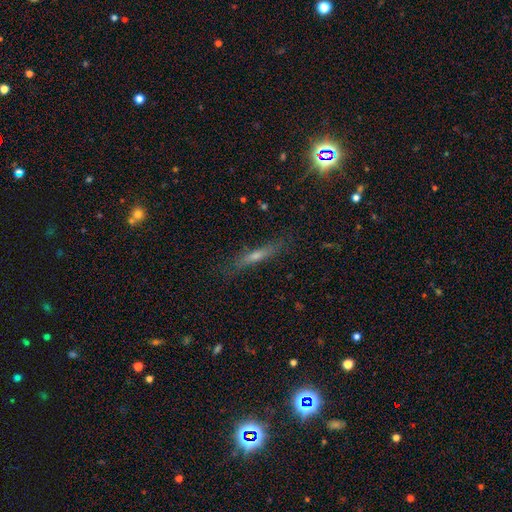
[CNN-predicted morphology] This appears to be a featured or disk galaxy (48%). Merging: none (82%).